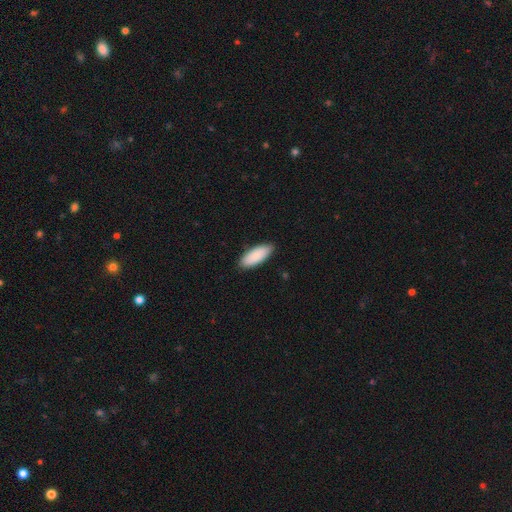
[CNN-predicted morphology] smooth 90%, star or artifact 5%, featured or disk 5%. Down the decision tree: how rounded — in between (79%); merging — none (87%).